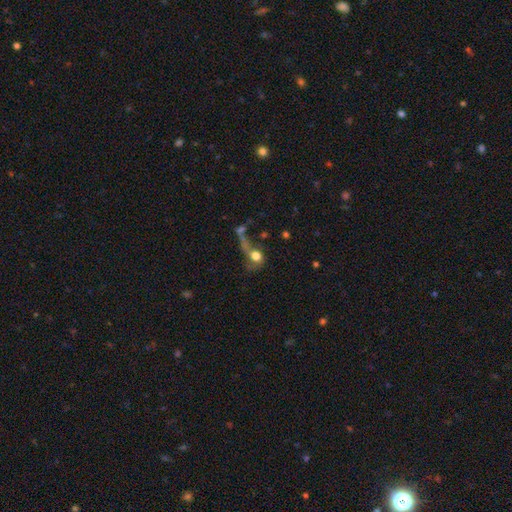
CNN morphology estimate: smooth_or_featured: smooth (p=0.59) [alt: featured or disk p=0.28]
how_rounded: round (p=0.53) [alt: in between p=0.42]
merging: major disturbance (p=0.40) [alt: merger p=0.26]